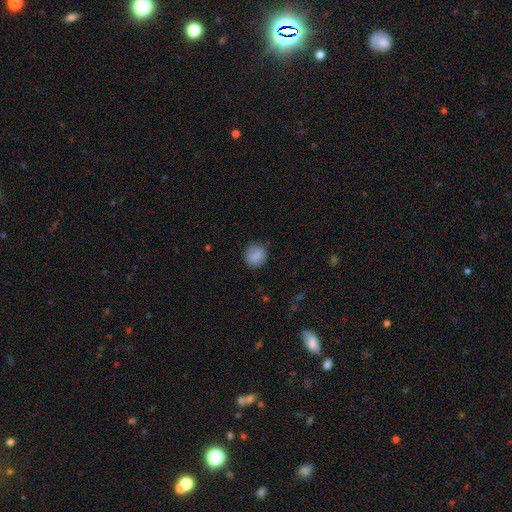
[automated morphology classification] The model was most divided on "merging": none: 79%, minor disturbance: 16%, major disturbance: 4%, merger: 1%. More confident: smooth or featured — smooth (86%); how rounded — round (84%).